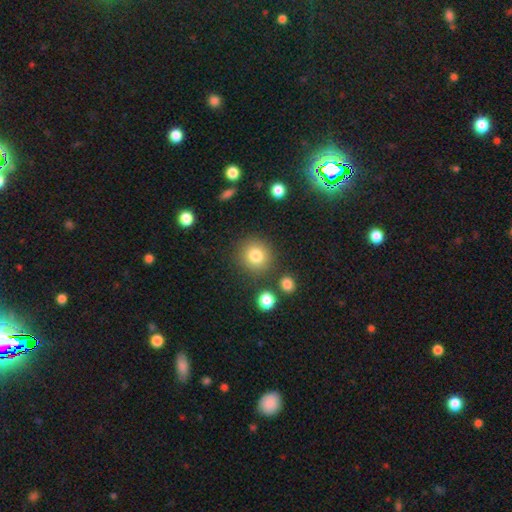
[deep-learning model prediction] smooth 81%, star or artifact 11%, featured or disk 8%. Down the decision tree: how rounded — round (92%); merging — none (83%).